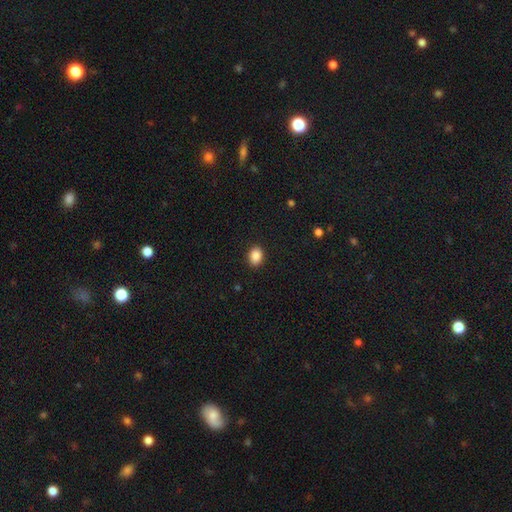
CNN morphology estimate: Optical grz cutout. It shows a smooth galaxy with no disk features (88%) that is in between round and cigar-shaped (62%). Merging: none (90%).